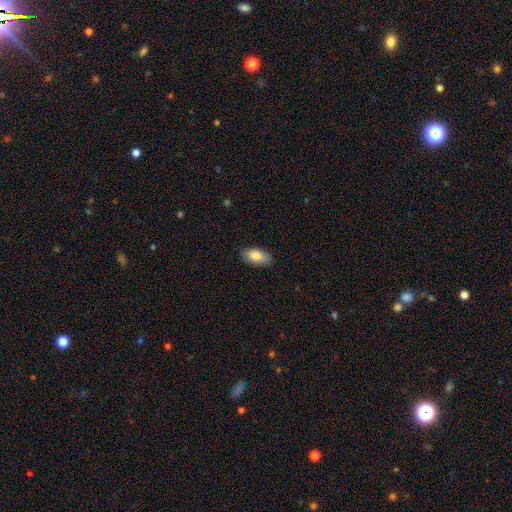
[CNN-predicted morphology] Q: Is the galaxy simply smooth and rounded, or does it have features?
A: smooth — 85%.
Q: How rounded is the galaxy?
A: in between — 92%.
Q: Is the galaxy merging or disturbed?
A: none — 86%.